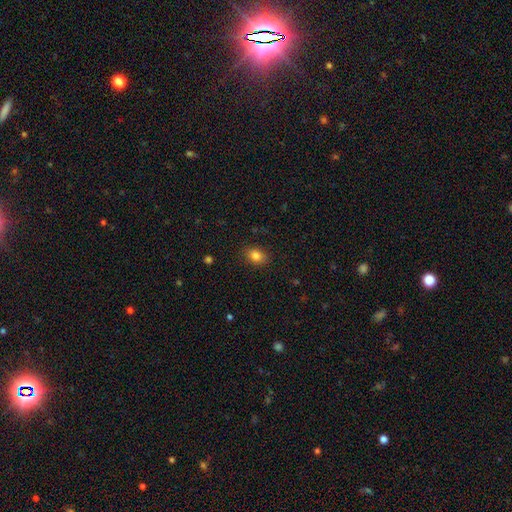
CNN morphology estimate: Smooth or featured?
  - smooth: 83% *
  - star or artifact: 11%
  - featured or disk: 7%
How rounded?
  - in between: 68% *
  - round: 31%
  - cigar-shaped: 1%
Merging?
  - none: 87% *
  - minor disturbance: 10%
  - major disturbance: 2%
  - merger: 1%